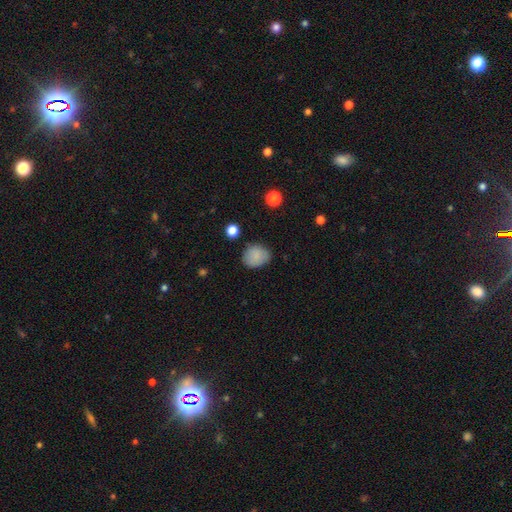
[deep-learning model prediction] Smooth or featured? smooth (85%)
How rounded? round (54%)
Merging? none (78%)